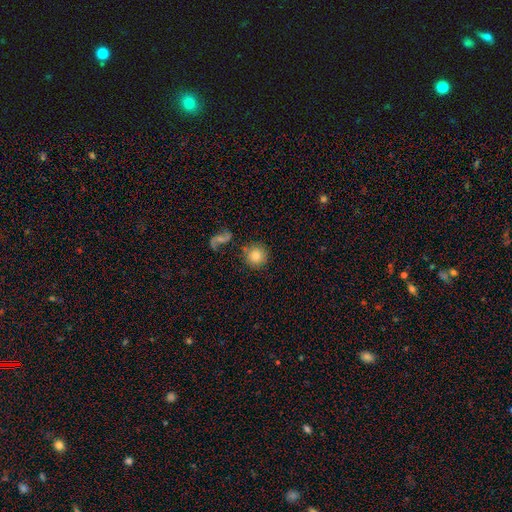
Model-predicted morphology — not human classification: smooth 80%, featured or disk 11%, star or artifact 9%. Down the decision tree: how rounded — round (93%); merging — none (78%).